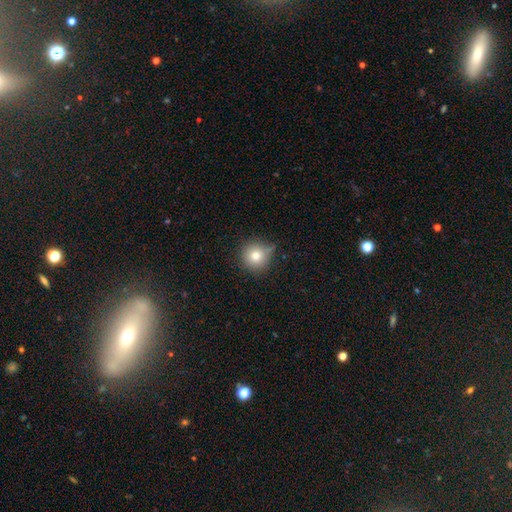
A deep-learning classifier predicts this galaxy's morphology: Smooth or featured?
  - smooth: 79% *
  - star or artifact: 12%
  - featured or disk: 10%
How rounded?
  - round: 94% *
  - in between: 5%
  - cigar-shaped: 1%
Merging?
  - none: 74% *
  - minor disturbance: 19%
  - major disturbance: 4%
  - merger: 3%